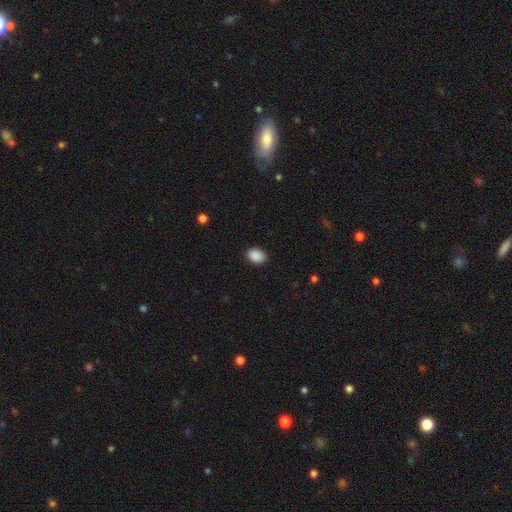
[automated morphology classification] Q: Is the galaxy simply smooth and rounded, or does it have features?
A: smooth — 90%.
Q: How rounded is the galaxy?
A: in between — 75%.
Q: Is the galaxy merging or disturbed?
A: none — 89%.